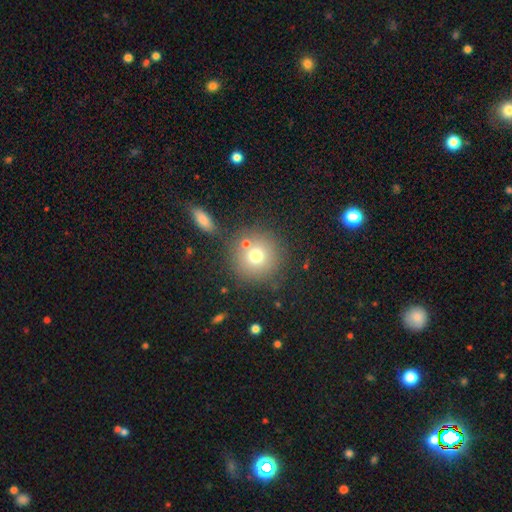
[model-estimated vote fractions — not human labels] Smooth or featured? Predicted: smooth (p=0.71). How rounded? Predicted: round (p=0.93). Merging? Predicted: none (p=0.70).